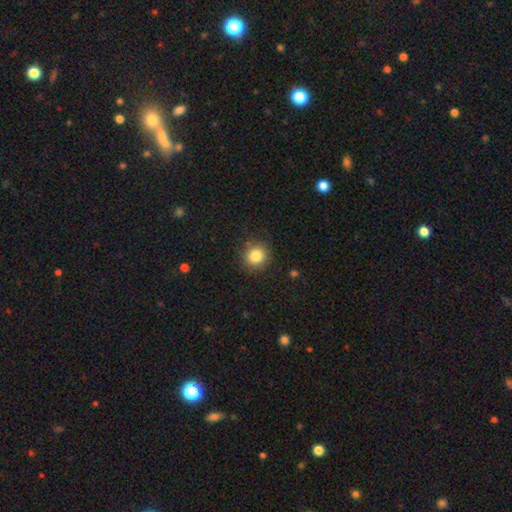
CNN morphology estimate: smooth-or-featured: smooth: 83% | star or artifact: 11% | featured or disk: 5%
  how-rounded: round: 89% | in between: 10% | cigar-shaped: 1%
  merging: none: 88% | minor disturbance: 8% | major disturbance: 3% | merger: 1%